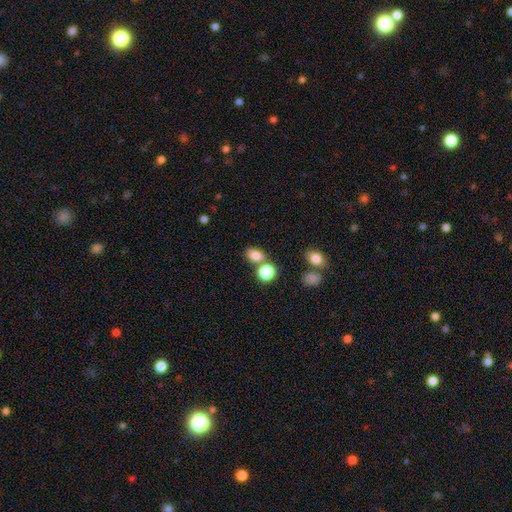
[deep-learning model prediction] This appears to be a smooth galaxy with no disk features (80%) that is in between round and cigar-shaped (65%). Merging: none (61%).